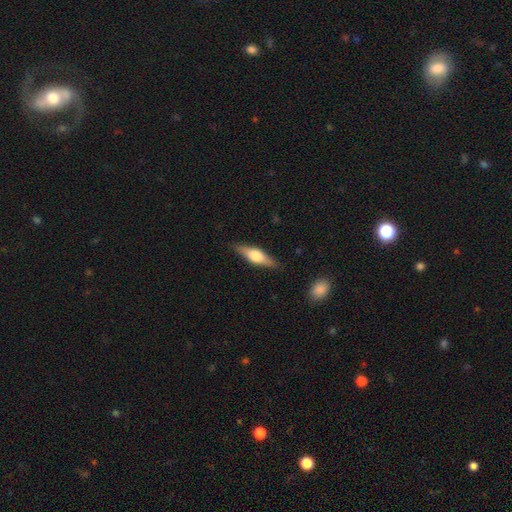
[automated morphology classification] A featured or disk galaxy (54%) viewed edge-on (94%) with a rounded central bulge (91%). Merging: none (87%).